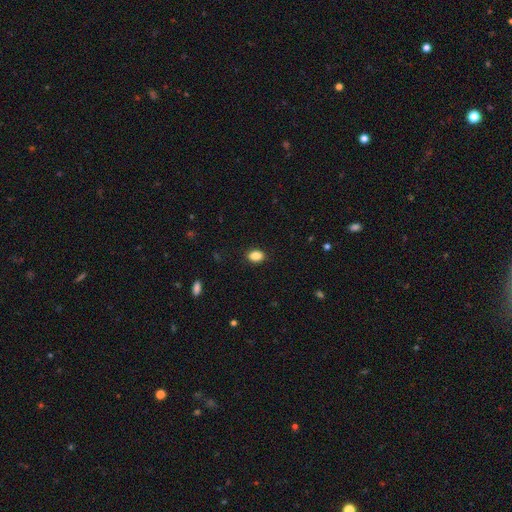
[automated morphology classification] The model was most divided on "how rounded": in between: 84%, round: 14%, cigar-shaped: 2%. More confident: merging — none (88%); smooth or featured — smooth (88%).